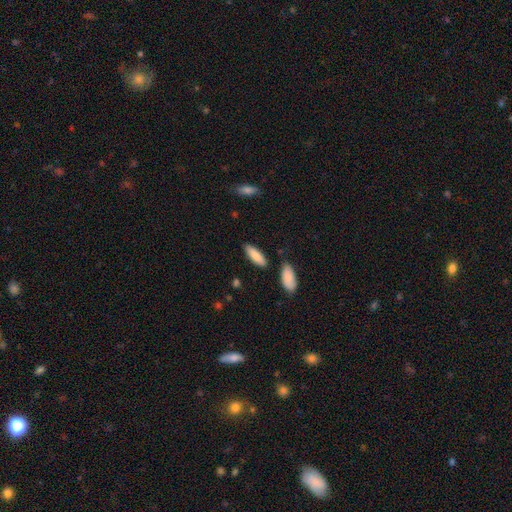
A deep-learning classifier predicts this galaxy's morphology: Smooth or featured? Predicted: smooth (p=0.85). How rounded? Predicted: in between (p=0.58). Merging? Predicted: none (p=0.81).